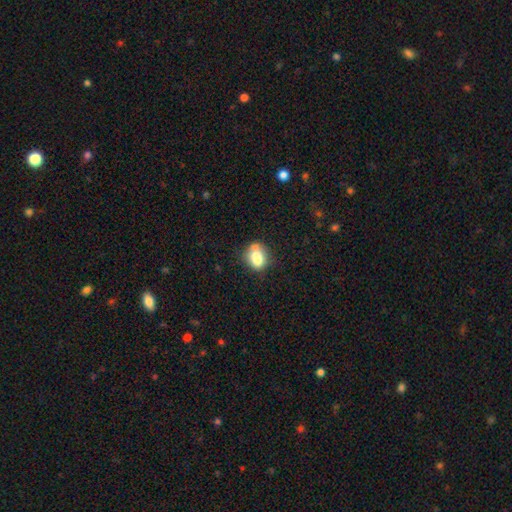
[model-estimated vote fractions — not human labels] Smooth or featured?
  - smooth: 72% *
  - featured or disk: 18%
  - star or artifact: 10%
How rounded?
  - in between: 50% *
  - round: 49%
  - cigar-shaped: 1%
Merging?
  - none: 41% *
  - merger: 33%
  - minor disturbance: 19%
  - major disturbance: 7%